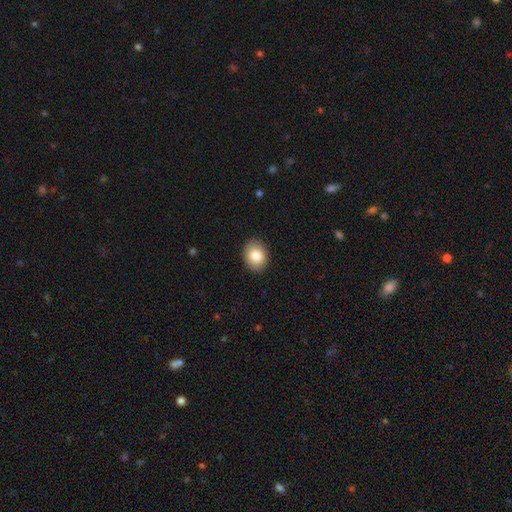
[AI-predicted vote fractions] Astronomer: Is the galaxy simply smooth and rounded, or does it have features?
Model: smooth — 85%.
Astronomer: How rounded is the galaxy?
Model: in between — 56% (runner-up: round, 43%).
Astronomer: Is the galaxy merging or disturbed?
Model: none — 90%.